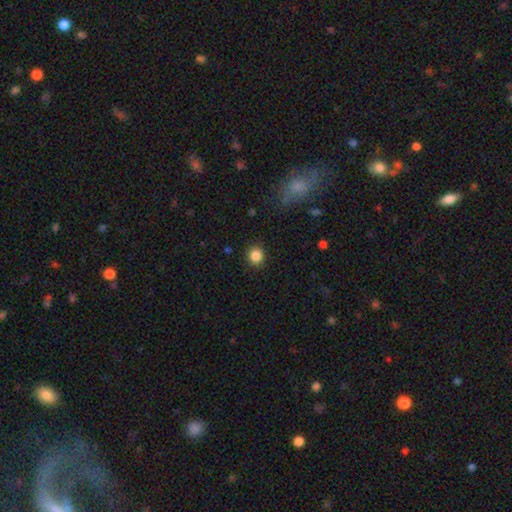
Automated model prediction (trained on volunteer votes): Morphology: type=smooth (85%); roundness=round (87%); merging=none (90%).